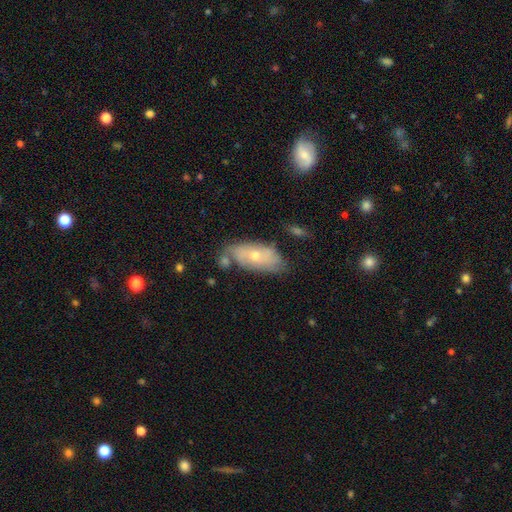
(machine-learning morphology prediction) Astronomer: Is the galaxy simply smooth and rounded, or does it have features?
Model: featured or disk — 47% (runner-up: smooth, 46%).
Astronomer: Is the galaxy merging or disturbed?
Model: none — 57%.